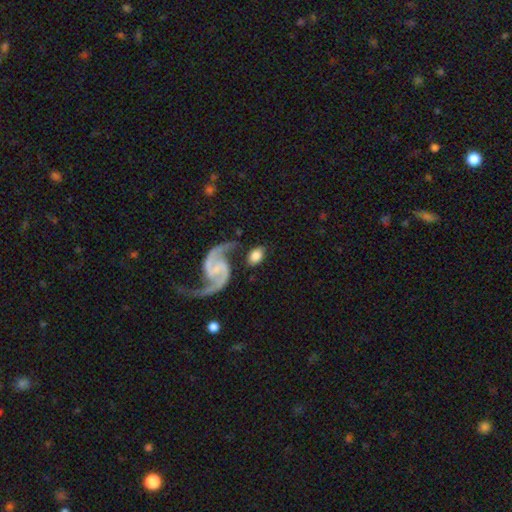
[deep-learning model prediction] Overall: smooth (49%; featured or disk 44%). Merging: none (65%).